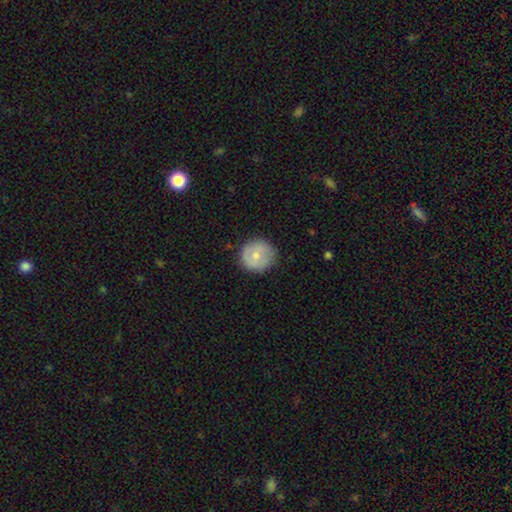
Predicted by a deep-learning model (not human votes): Q: Smooth or featured?
A: smooth (64%); runner-up: featured or disk (29%)
Q: How rounded?
A: round (93%); runner-up: in between (6%)
Q: Merging?
A: none (82%); runner-up: minor disturbance (13%)